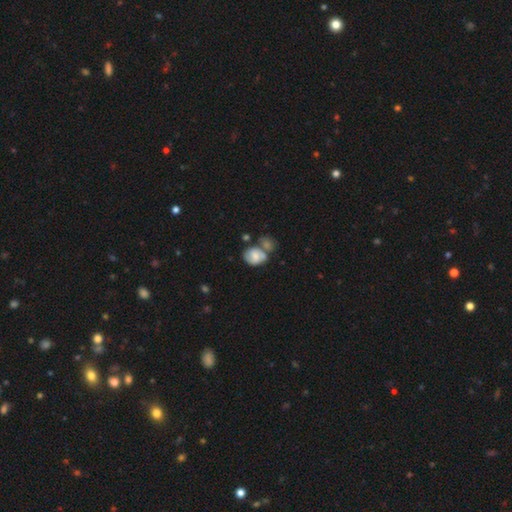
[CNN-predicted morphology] Smooth or featured? smooth (58%)
How rounded? in between (57%)
Merging? merger (38%)